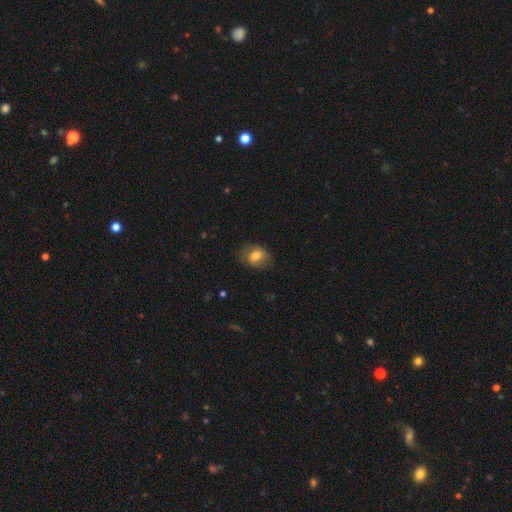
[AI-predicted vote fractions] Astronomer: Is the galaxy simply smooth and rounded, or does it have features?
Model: smooth — 67%.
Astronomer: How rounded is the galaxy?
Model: in between — 63%.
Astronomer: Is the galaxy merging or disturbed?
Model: none — 66%.